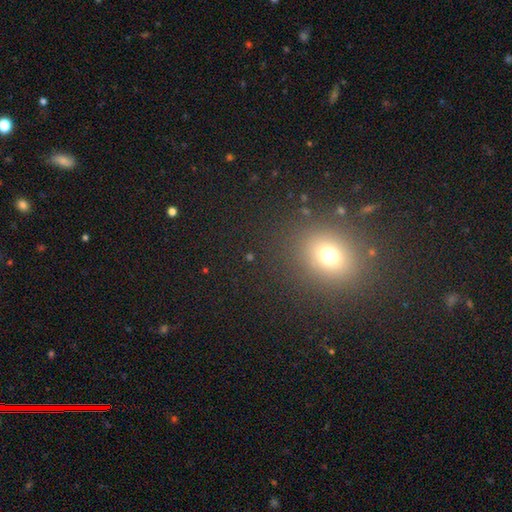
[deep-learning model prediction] Q: Smooth or featured?
A: smooth (62%); runner-up: star or artifact (30%)
Q: How rounded?
A: round (64%); runner-up: in between (35%)
Q: Merging?
A: none (89%); runner-up: minor disturbance (6%)